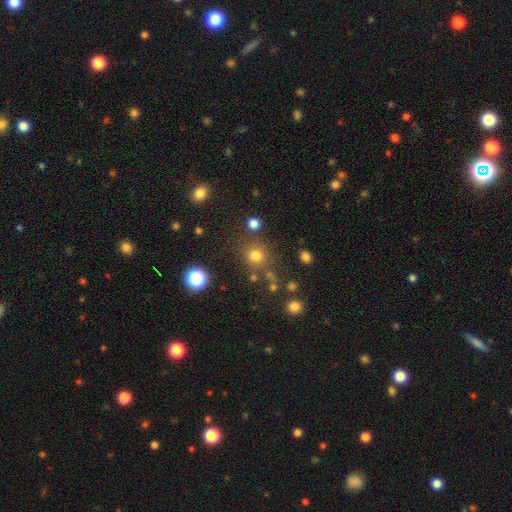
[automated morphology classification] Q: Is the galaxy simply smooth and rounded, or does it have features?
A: smooth — 77%.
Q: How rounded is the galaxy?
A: round — 91%.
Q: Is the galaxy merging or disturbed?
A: none — 78%.